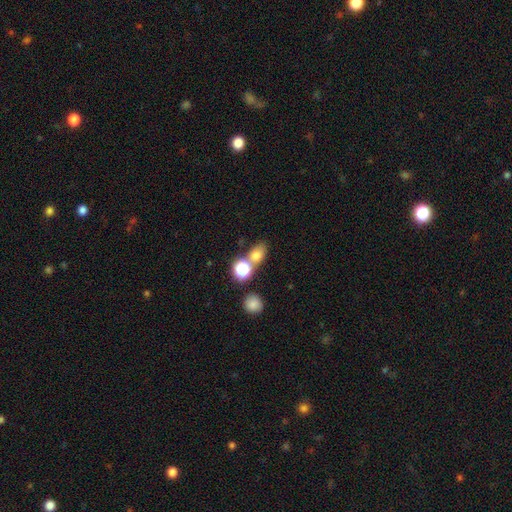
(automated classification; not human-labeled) The model was most divided on "how rounded": in between: 56%, round: 42%, cigar-shaped: 2%. More confident: smooth or featured — smooth (73%); merging — none (56%).